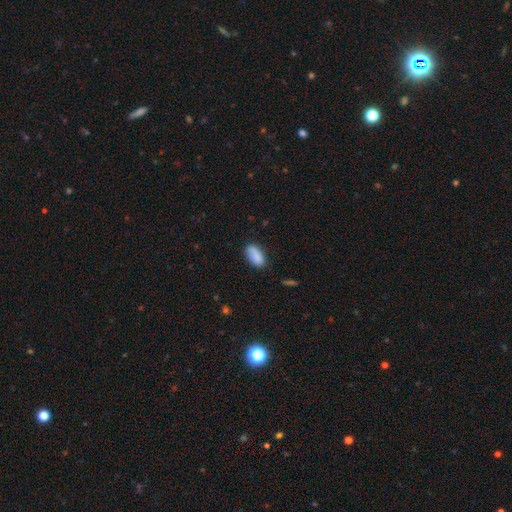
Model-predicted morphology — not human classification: This is clearly a smooth galaxy (85%). How rounded: clearly in between (91%). Merging: likely none (72%).